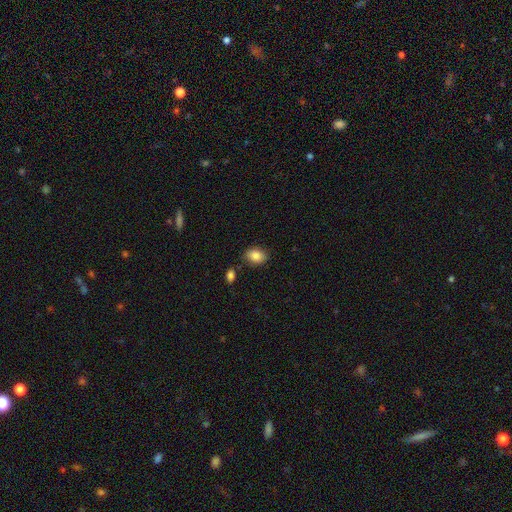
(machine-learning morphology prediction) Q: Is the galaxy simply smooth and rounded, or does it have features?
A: smooth — 85%.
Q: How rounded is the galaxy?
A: in between — 72%.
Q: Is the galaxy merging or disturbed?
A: none — 80%.